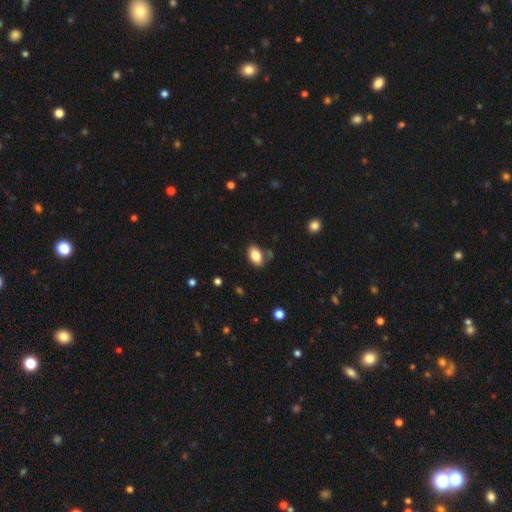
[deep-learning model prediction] smooth 84%, featured or disk 8%, star or artifact 8%. Down the decision tree: how rounded — in between (91%); merging — none (81%).